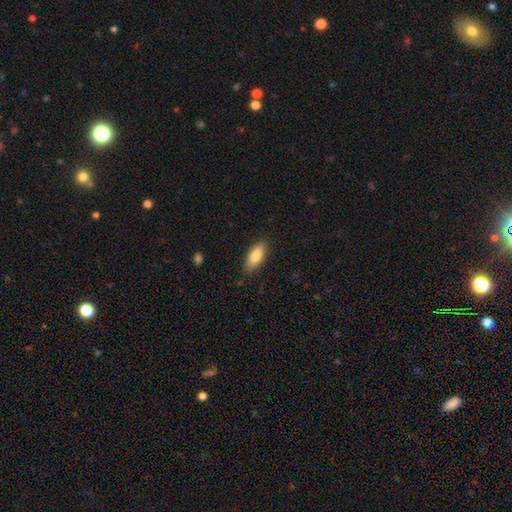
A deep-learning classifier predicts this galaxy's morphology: This is clearly a smooth galaxy (83%). How rounded: likely in between (80%). Merging: clearly none (84%).